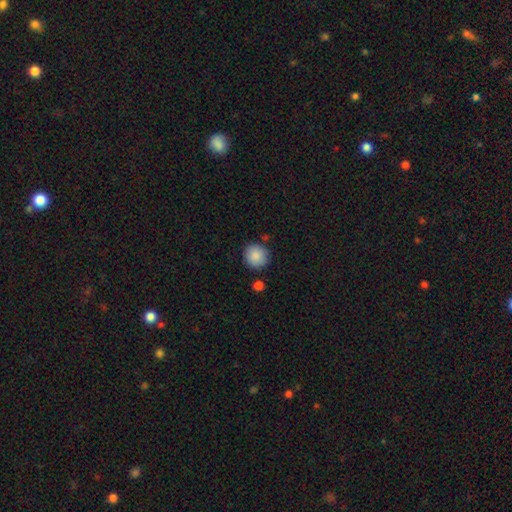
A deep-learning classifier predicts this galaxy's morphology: This appears to be a smooth galaxy with no disk features (88%) that is round (91%). Merging: none (86%).